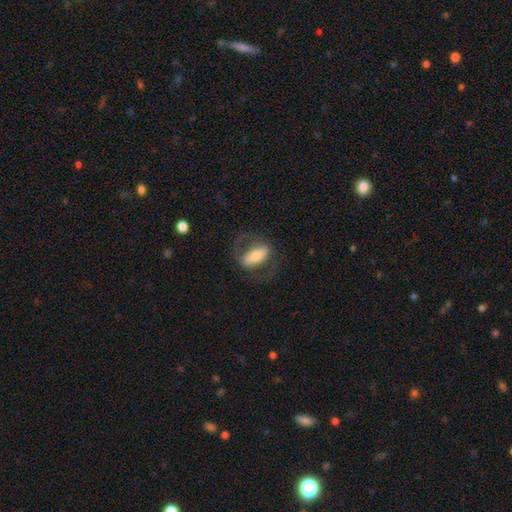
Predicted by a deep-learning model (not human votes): Morphology: type=featured or disk (58%); edge-on=no (84%); merging=none (63%).